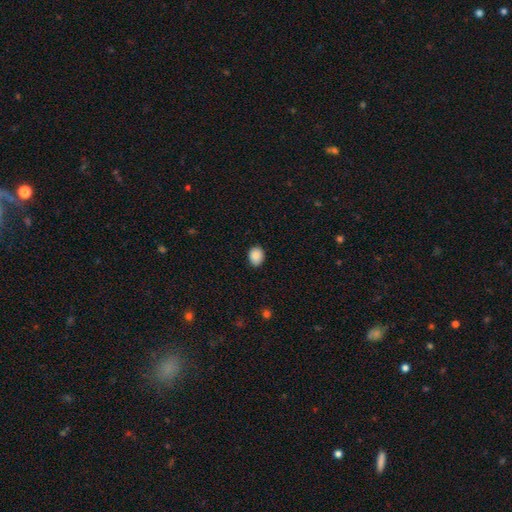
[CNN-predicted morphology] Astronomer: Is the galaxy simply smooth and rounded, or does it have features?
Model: smooth — 88%.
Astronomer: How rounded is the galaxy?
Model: round — 50% (runner-up: in between, 49%).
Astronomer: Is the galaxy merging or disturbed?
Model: none — 87%.